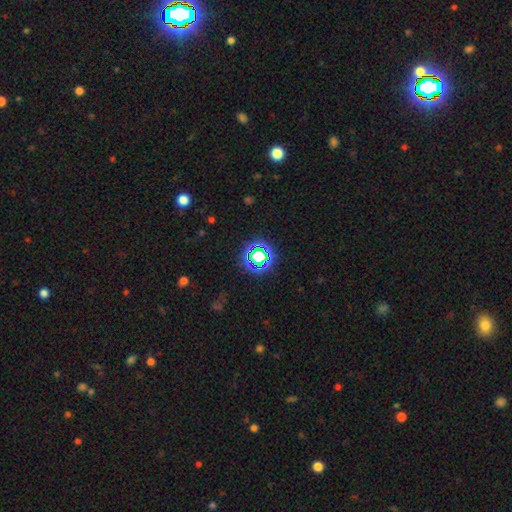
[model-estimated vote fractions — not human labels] Overall: star or artifact (66%).